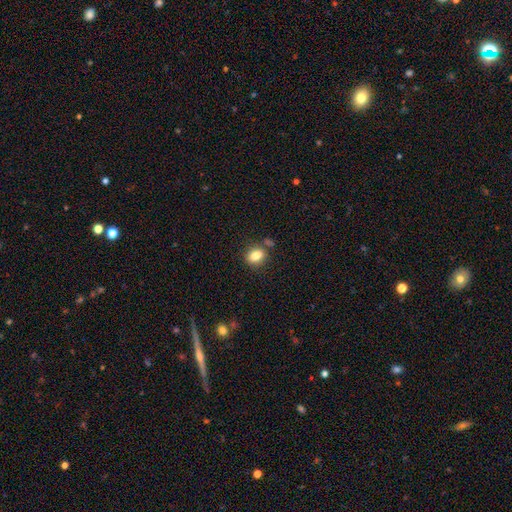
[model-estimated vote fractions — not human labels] smooth-or-featured: smooth: 83% | star or artifact: 10% | featured or disk: 7%
  how-rounded: in between: 56% | round: 43% | cigar-shaped: 1%
  merging: none: 76% | minor disturbance: 12% | merger: 9% | major disturbance: 3%